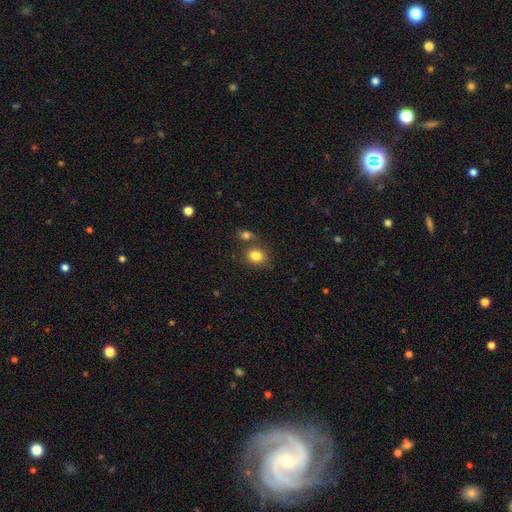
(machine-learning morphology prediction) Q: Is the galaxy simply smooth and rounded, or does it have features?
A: smooth — 82%.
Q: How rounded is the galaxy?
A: round — 57%.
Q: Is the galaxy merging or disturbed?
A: none — 62%.